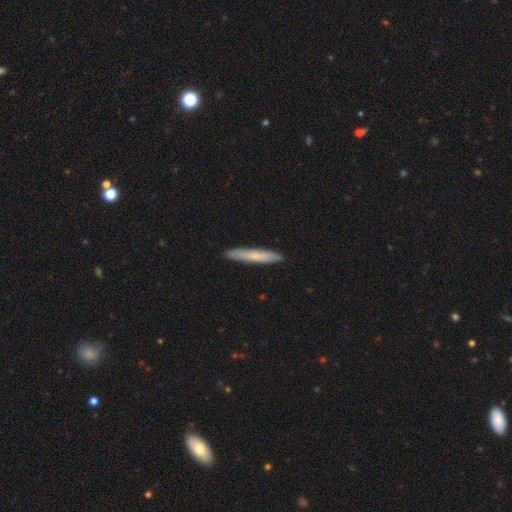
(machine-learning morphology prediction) Q: Smooth or featured?
A: smooth (67%); runner-up: featured or disk (27%)
Q: How rounded?
A: cigar-shaped (94%); runner-up: in between (5%)
Q: Merging?
A: none (89%); runner-up: minor disturbance (8%)